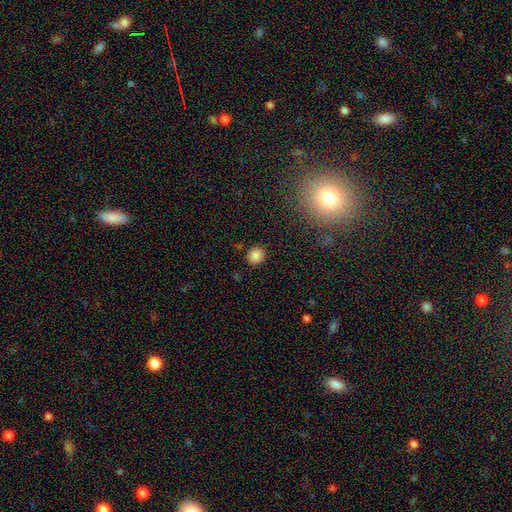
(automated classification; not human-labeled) smooth-or-featured: smooth: 85% | star or artifact: 11% | featured or disk: 4%
  how-rounded: round: 82% | in between: 17% | cigar-shaped: 1%
  merging: none: 87% | minor disturbance: 8% | major disturbance: 2% | merger: 2%